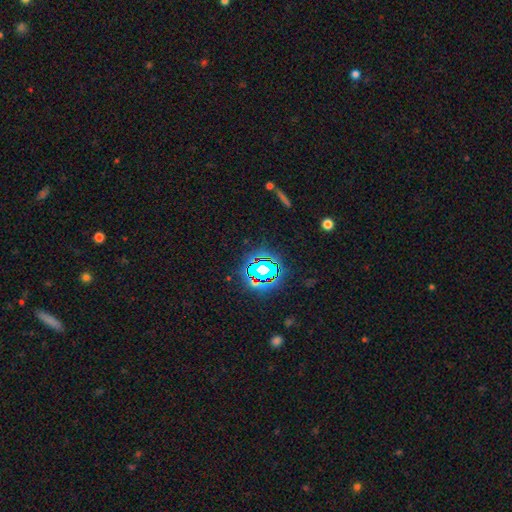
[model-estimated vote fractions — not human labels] Q: Smooth or featured?
A: star or artifact (76%); runner-up: smooth (14%)